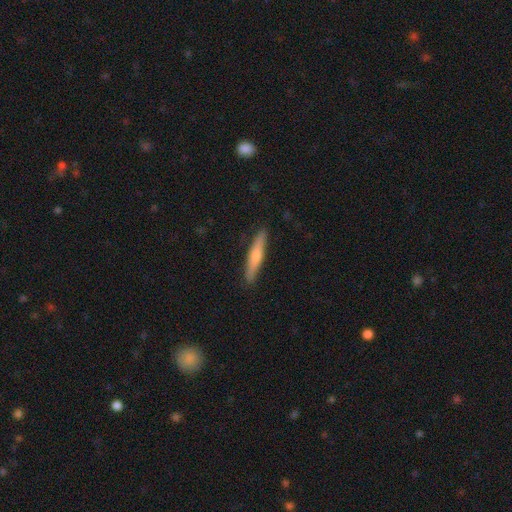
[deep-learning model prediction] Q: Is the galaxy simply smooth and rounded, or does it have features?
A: smooth — 57%.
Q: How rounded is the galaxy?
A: cigar-shaped — 92%.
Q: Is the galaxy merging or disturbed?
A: none — 90%.